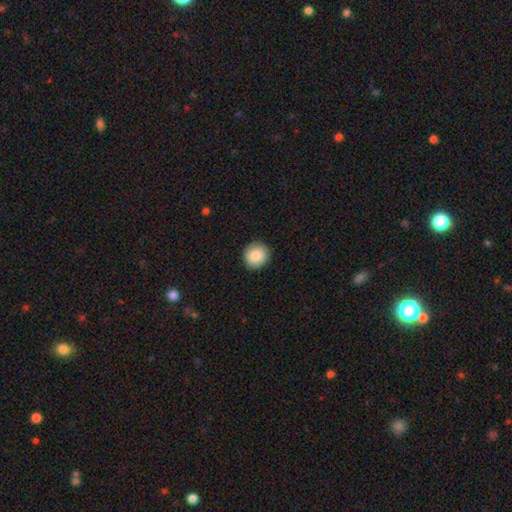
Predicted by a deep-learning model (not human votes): Smooth or featured? smooth (88%)
How rounded? round (92%)
Merging? none (89%)